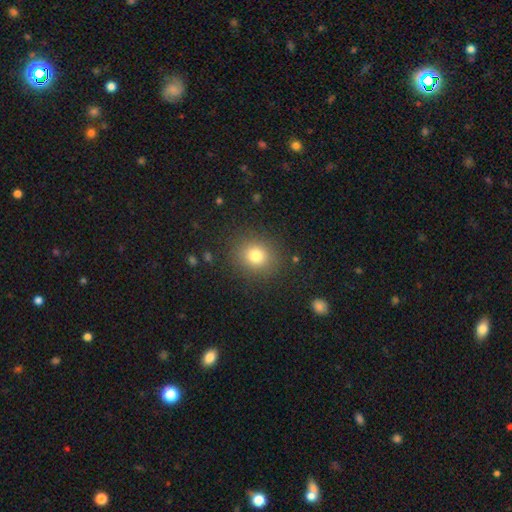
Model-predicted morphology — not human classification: A smooth galaxy with no disk features (78%) that is round (79%).

Vote fractions:
- Smooth or featured? smooth: 78% / star or artifact: 14% / featured or disk: 8%
- How rounded? round: 79% / in between: 20% / cigar-shaped: 1%
- Merging? none: 88% / minor disturbance: 8% / major disturbance: 3% / merger: 1%